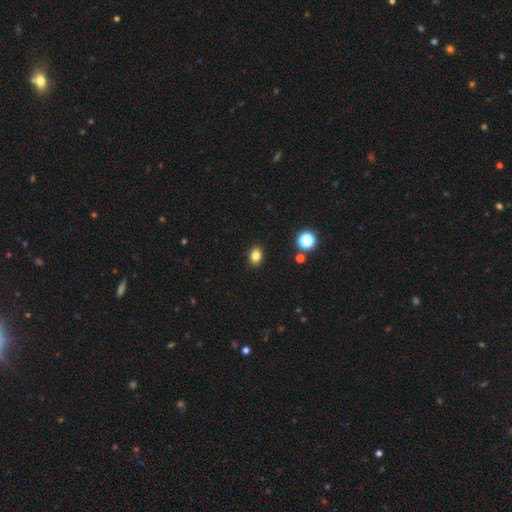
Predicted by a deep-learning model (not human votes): This appears to be a smooth galaxy with no disk features (82%) that is in between round and cigar-shaped (70%). Merging: none (90%).